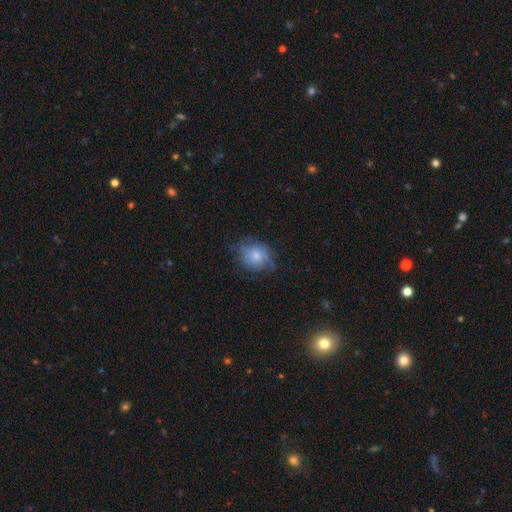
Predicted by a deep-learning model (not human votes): Smooth or featured? Predicted: smooth (p=0.59). How rounded? Predicted: round (p=0.65). Merging? Predicted: none (p=0.58).